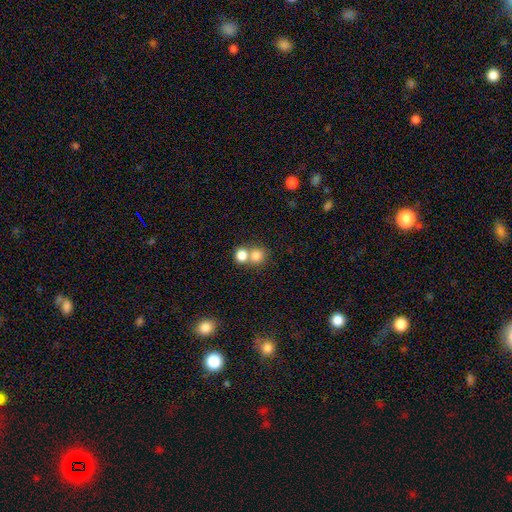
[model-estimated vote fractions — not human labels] Smooth or featured?
  - smooth: 80% *
  - star or artifact: 11%
  - featured or disk: 9%
How rounded?
  - round: 82% *
  - in between: 17%
  - cigar-shaped: 1%
Merging?
  - merger: 50% *
  - none: 41%
  - minor disturbance: 5%
  - major disturbance: 3%